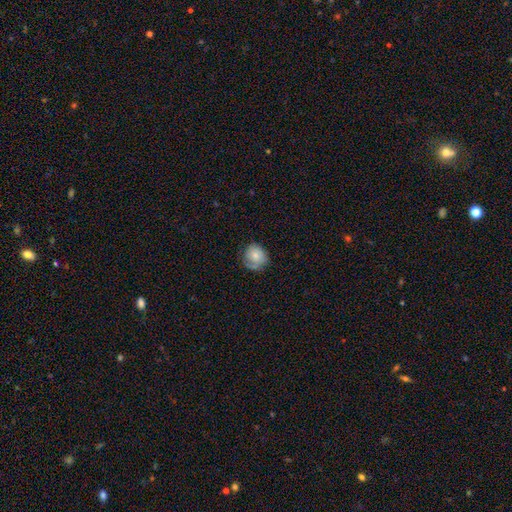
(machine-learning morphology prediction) Smooth or featured: smooth — 66% (featured or disk — 27%)
How rounded: round — 75% (in between — 24%)
Merging: none — 60% (minor disturbance — 27%)